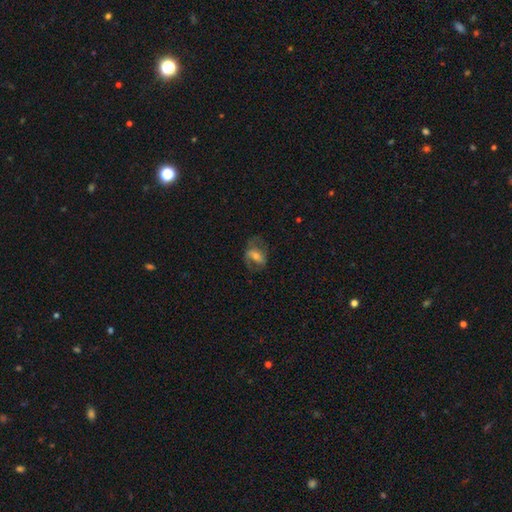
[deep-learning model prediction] Q: Smooth or featured?
A: featured or disk (59%); runner-up: smooth (32%)
Q: Edge-on disk?
A: no (93%); runner-up: yes (7%)
Q: Bar?
A: strong (37%); runner-up: weak (35%)
Q: Spiral arms?
A: yes (69%); runner-up: no (31%)
Q: Bulge size?
A: moderate (50%); runner-up: small (40%)
Q: Merging?
A: none (62%); runner-up: minor disturbance (19%)